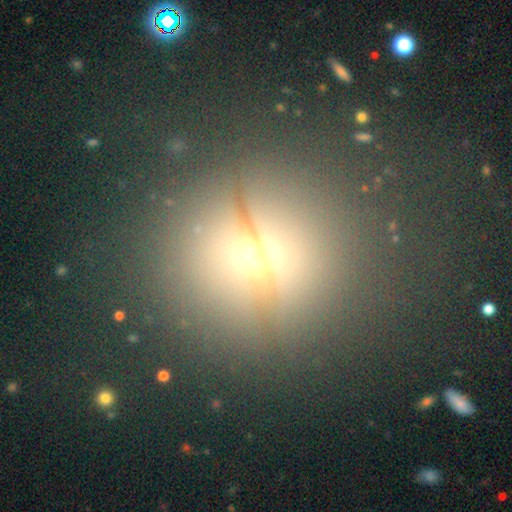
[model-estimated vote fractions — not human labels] Smooth or featured? smooth (47%)
Merging? none (74%)